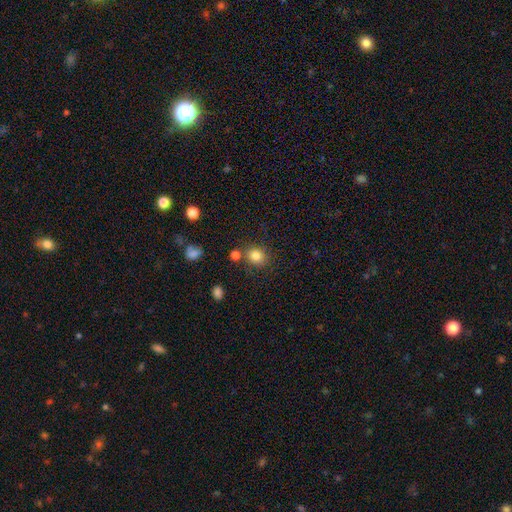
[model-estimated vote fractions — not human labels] Smooth or featured? Predicted: smooth (p=0.83). How rounded? Predicted: round (p=0.72). Merging? Predicted: none (p=0.73).